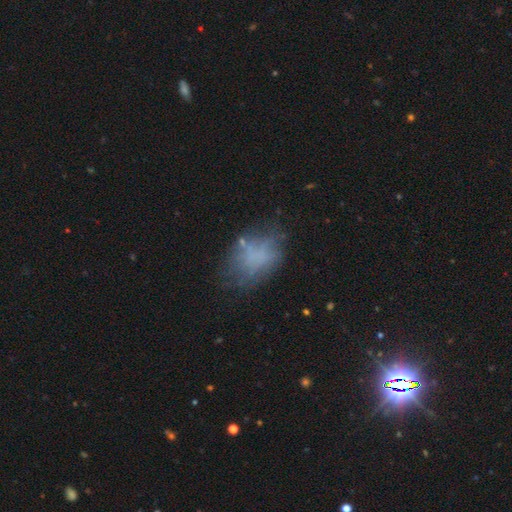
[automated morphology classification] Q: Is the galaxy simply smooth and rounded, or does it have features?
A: smooth — 53%.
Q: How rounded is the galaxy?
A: in between — 73%.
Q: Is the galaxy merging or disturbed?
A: none — 50%.